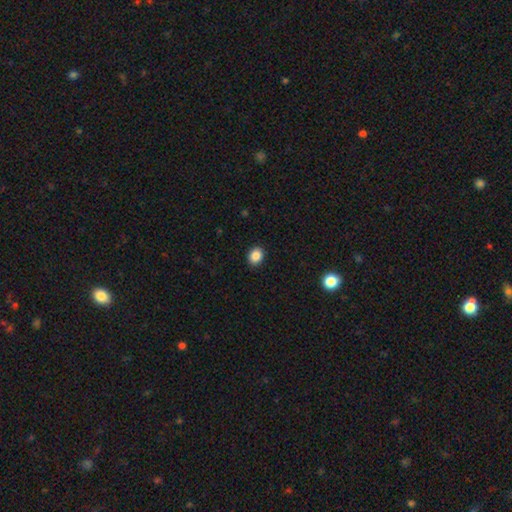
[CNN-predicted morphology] Q: Smooth or featured?
A: smooth (86%); runner-up: star or artifact (10%)
Q: How rounded?
A: round (57%); runner-up: in between (42%)
Q: Merging?
A: none (91%); runner-up: minor disturbance (6%)